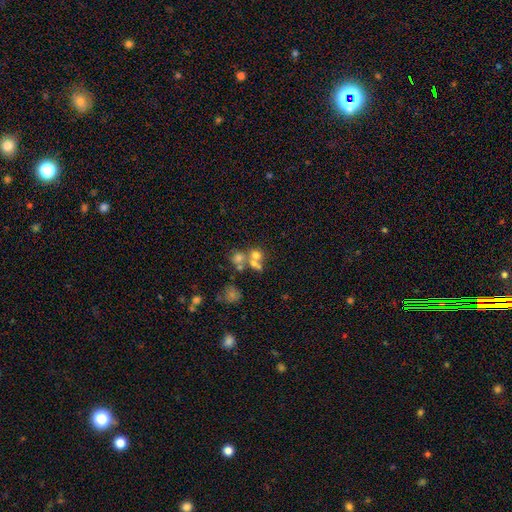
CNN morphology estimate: A smooth galaxy with no disk features (58%) that is round (78%).

Vote fractions:
- Smooth or featured? smooth: 58% / featured or disk: 23% / star or artifact: 19%
- How rounded? round: 78% / in between: 20% / cigar-shaped: 1%
- Merging? merger: 52% / none: 35% / minor disturbance: 7% / major disturbance: 5%